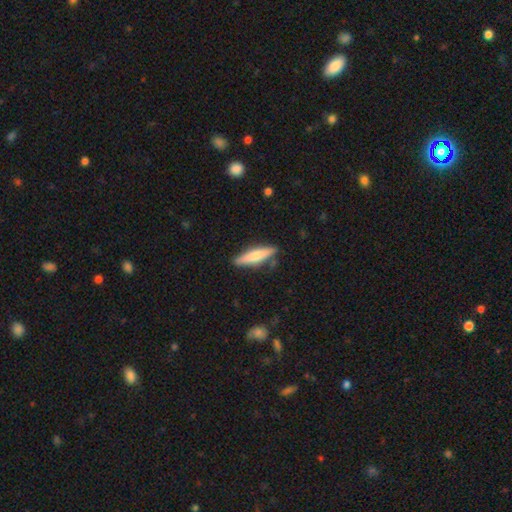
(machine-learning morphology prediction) This appears to be a smooth galaxy with no disk features (65%) that is cigar-shaped (80%). Merging: none (84%).